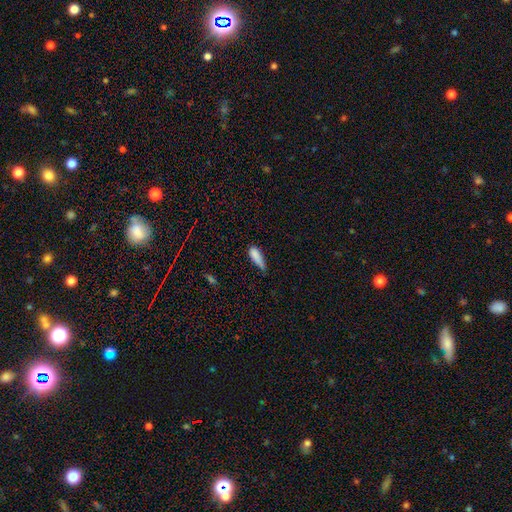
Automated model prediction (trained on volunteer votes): Smooth or featured?
  - smooth: 82% *
  - featured or disk: 9%
  - star or artifact: 9%
How rounded?
  - in between: 54% *
  - cigar-shaped: 43%
  - round: 3%
Merging?
  - minor disturbance: 46% *
  - none: 35%
  - major disturbance: 15%
  - merger: 4%